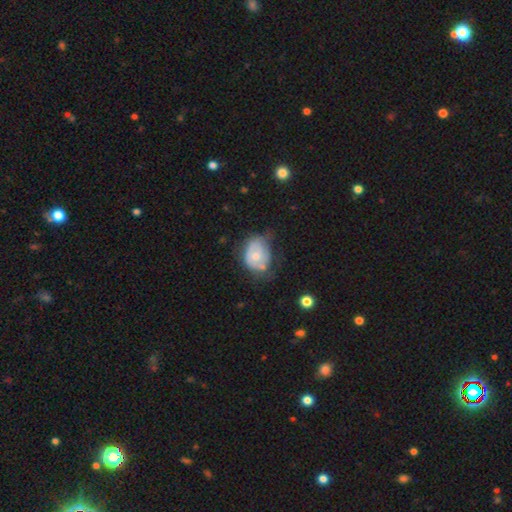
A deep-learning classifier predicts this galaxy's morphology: Smooth or featured? Predicted: smooth (p=0.47). Merging? Predicted: minor disturbance (p=0.38).